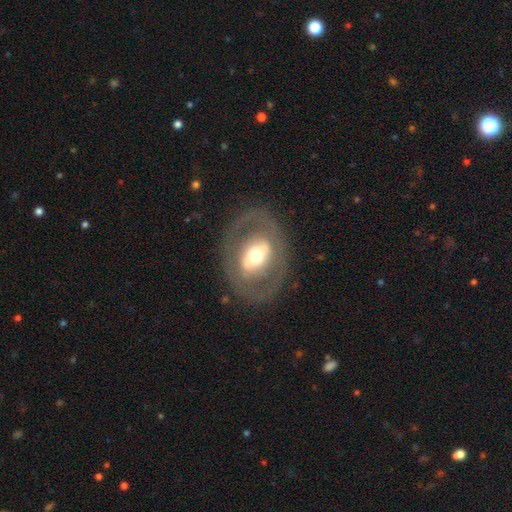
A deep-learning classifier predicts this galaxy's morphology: This appears to be a featured or disk galaxy (60%) with no bar (45%), no spiral arms (82%) and a moderate central bulge (59%). Merging: none (77%).